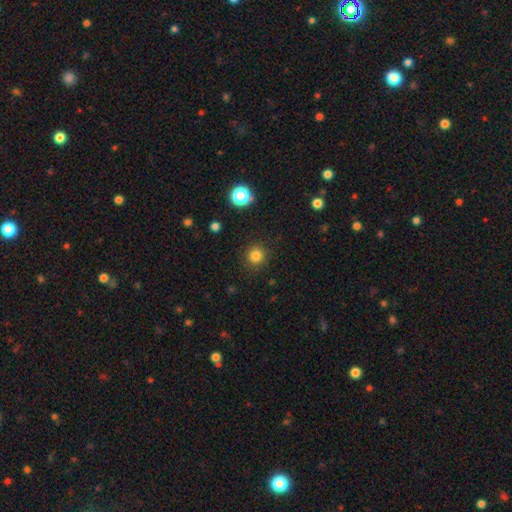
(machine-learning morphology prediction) Smooth or featured?
  - smooth: 82% *
  - star or artifact: 13%
  - featured or disk: 5%
How rounded?
  - round: 94% *
  - in between: 5%
  - cigar-shaped: 1%
Merging?
  - none: 90% *
  - minor disturbance: 7%
  - major disturbance: 3%
  - merger: 1%